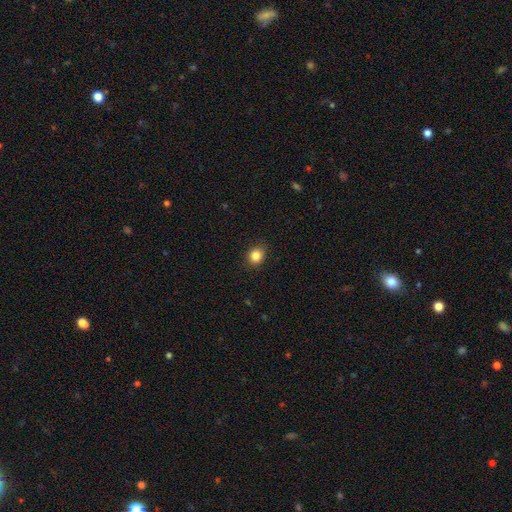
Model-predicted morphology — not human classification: Overall: smooth (85%). How rounded: round (71%). Merging: none (87%).